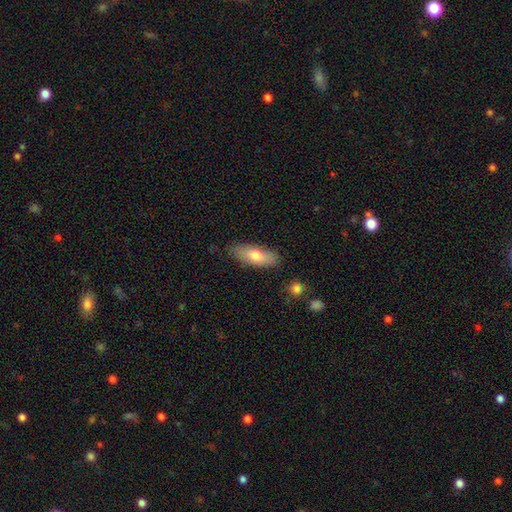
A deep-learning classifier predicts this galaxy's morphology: This is likely a smooth galaxy (75%). How rounded: likely in between (69%). Merging: clearly none (81%).